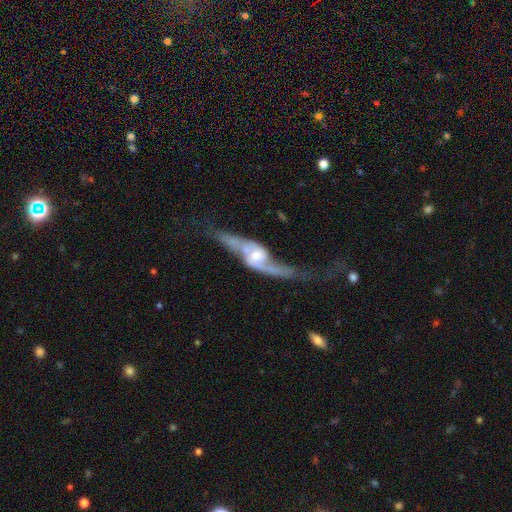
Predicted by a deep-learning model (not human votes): Smooth or featured: featured or disk — 84% (smooth — 11%)
Edge-on disk: no — 79% (yes — 21%)
Bar: no — 52% (weak — 36%)
Spiral arms: yes — 87% (no — 13%)
Spiral winding: loose — 76% (medium — 18%)
Spiral arm count: 2 — 84% (1 — 7%)
Bulge size: moderate — 53% (small — 30%)
Merging: none — 33% (major disturbance — 32%)